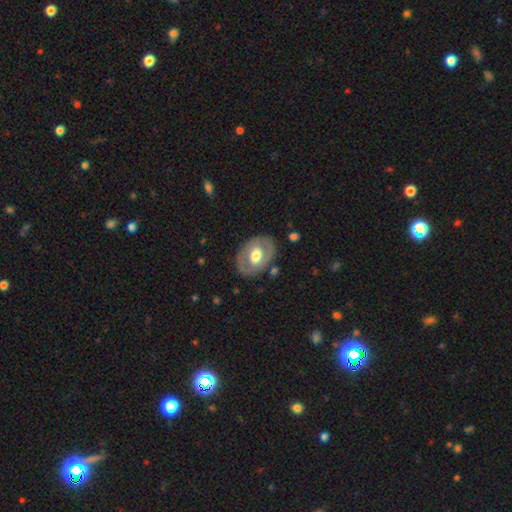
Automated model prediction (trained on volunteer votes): A featured or disk galaxy (55%) with no bar (65%), no spiral arms (75%) and a moderate central bulge (54%). Merging: none (80%).